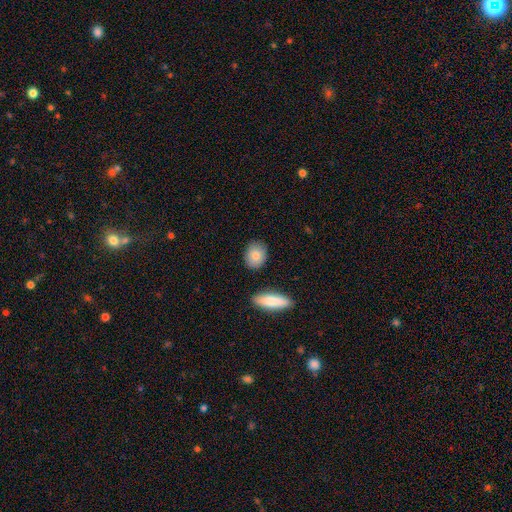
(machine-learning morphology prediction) Smooth or featured: smooth — 84% (featured or disk — 10%)
How rounded: in between — 59% (round — 38%)
Merging: none — 84% (minor disturbance — 10%)